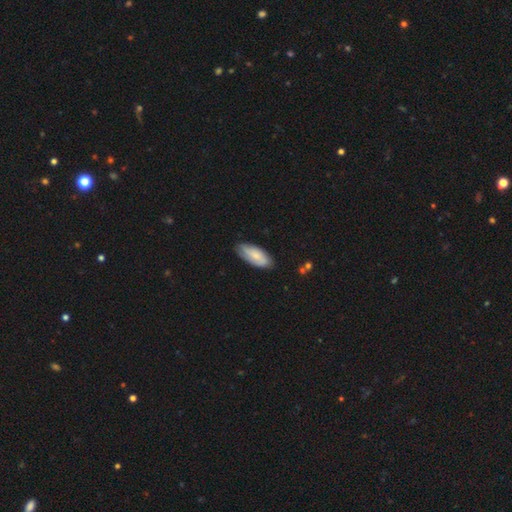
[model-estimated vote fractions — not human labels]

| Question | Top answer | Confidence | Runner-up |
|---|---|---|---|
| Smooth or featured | smooth | 70% | featured or disk (24%) |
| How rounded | in between | 85% | cigar-shaped (13%) |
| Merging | none | 79% | minor disturbance (17%) |